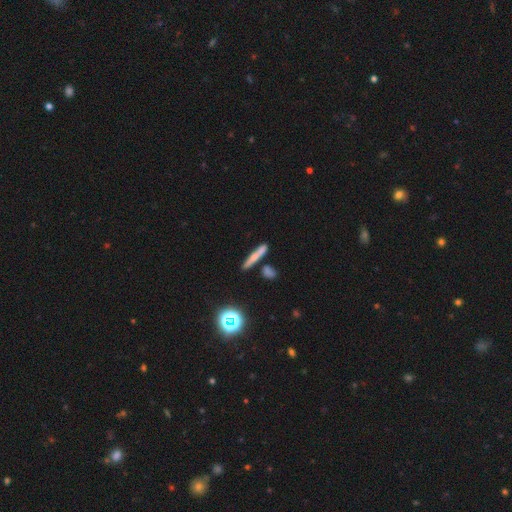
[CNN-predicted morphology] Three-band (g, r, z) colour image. It shows a smooth galaxy with no disk features (58%) that is cigar-shaped (85%). Merging: none (68%).